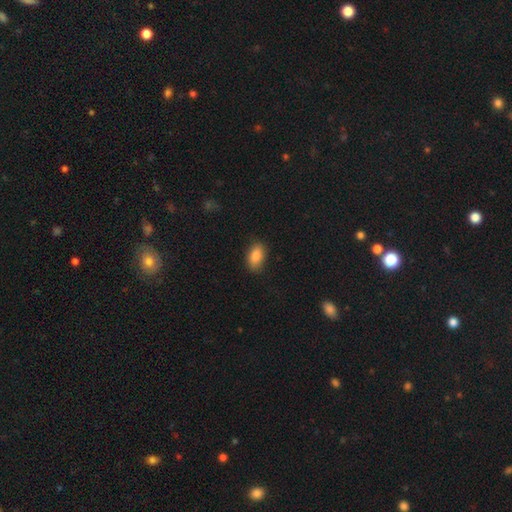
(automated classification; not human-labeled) The model was most divided on "merging": none: 85%, minor disturbance: 12%, major disturbance: 3%, merger: 1%. More confident: how rounded — in between (90%); smooth or featured — smooth (86%).